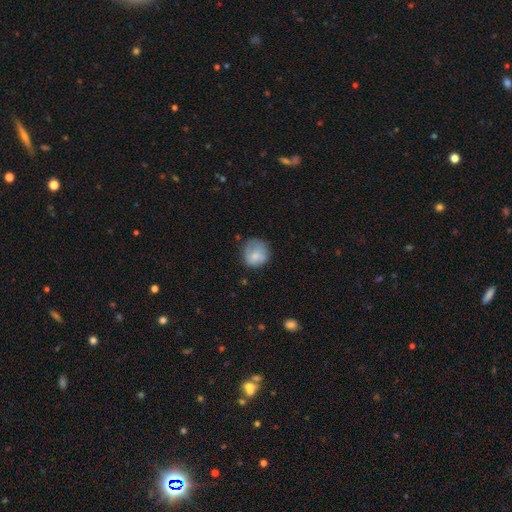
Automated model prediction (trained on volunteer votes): Q: Smooth or featured?
A: smooth (76%); runner-up: featured or disk (16%)
Q: How rounded?
A: round (82%); runner-up: in between (17%)
Q: Merging?
A: none (61%); runner-up: minor disturbance (27%)